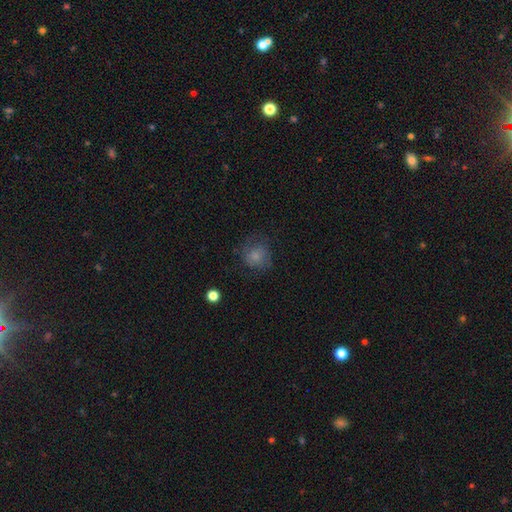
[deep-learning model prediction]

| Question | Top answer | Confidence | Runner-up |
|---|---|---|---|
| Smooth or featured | smooth | 73% | featured or disk (17%) |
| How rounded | round | 83% | in between (16%) |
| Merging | none | 62% | minor disturbance (22%) |